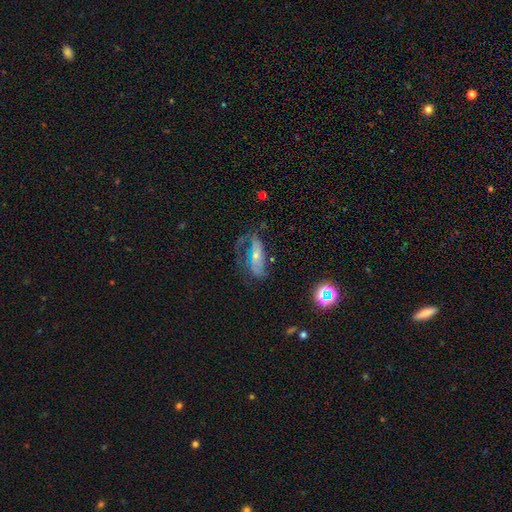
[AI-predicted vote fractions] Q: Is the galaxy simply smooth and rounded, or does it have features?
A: featured or disk — 62%.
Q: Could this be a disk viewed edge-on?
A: no — 88%.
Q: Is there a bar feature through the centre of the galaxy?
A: no — 51%.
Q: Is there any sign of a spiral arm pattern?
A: yes — 75%.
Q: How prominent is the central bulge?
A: small — 61%.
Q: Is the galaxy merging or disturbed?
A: none — 37%, tied with major disturbance.